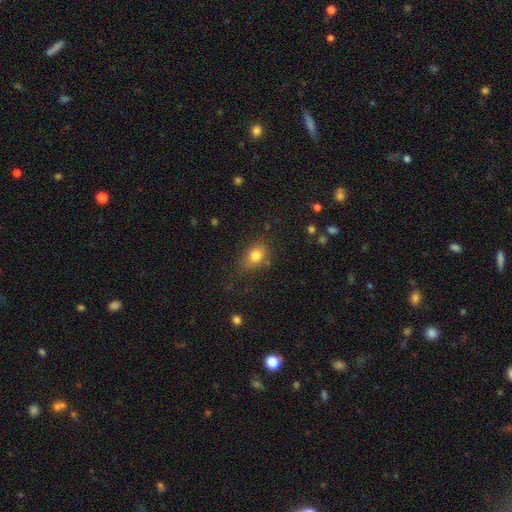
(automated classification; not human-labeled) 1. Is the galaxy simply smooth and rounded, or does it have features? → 80% smooth, 10% star or artifact, 9% featured or disk.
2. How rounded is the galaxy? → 71% in between, 28% round, 2% cigar-shaped.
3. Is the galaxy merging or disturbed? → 76% none, 17% minor disturbance, 5% major disturbance, 2% merger.